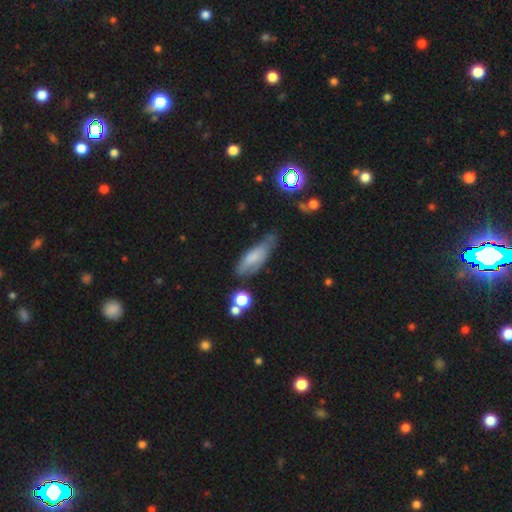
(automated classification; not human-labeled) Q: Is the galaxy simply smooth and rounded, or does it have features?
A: smooth — 59%.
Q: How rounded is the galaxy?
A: in between — 56%.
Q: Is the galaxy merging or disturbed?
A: none — 49%.